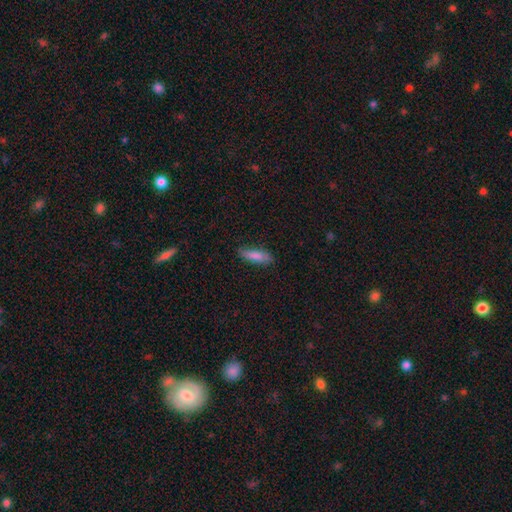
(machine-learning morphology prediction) A smooth galaxy with no disk features (82%) that is cigar-shaped (57%). Merging: none (81%).